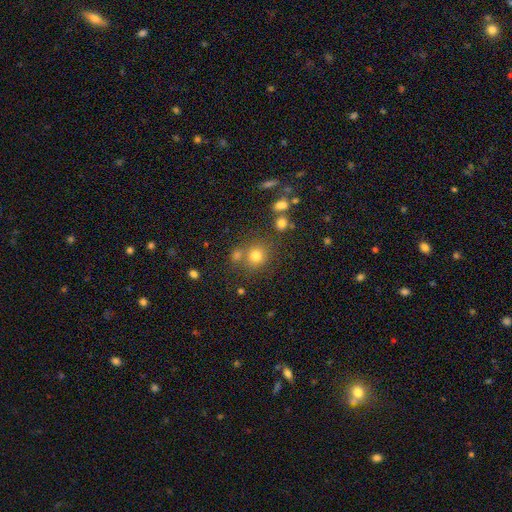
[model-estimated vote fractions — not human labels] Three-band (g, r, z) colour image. It shows a smooth galaxy with no disk features (76%) that is round (87%). Merging: none (70%).